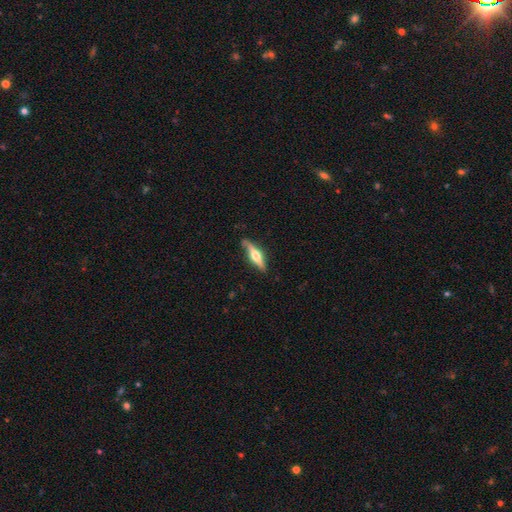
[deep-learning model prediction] Q: Smooth or featured?
A: featured or disk (64%); runner-up: smooth (31%)
Q: Edge-on disk?
A: yes (95%); runner-up: no (5%)
Q: Edge-on bulge?
A: rounded (91%); runner-up: boxy (6%)
Q: Merging?
A: none (79%); runner-up: minor disturbance (15%)